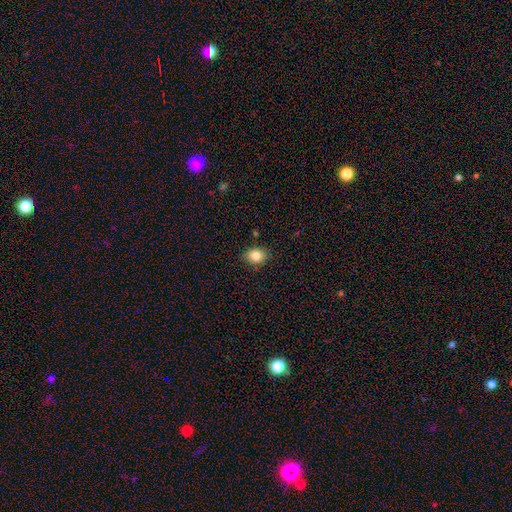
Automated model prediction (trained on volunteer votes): Smooth or featured: smooth — 84% (star or artifact — 10%)
How rounded: in between — 53% (round — 46%)
Merging: none — 85% (minor disturbance — 11%)